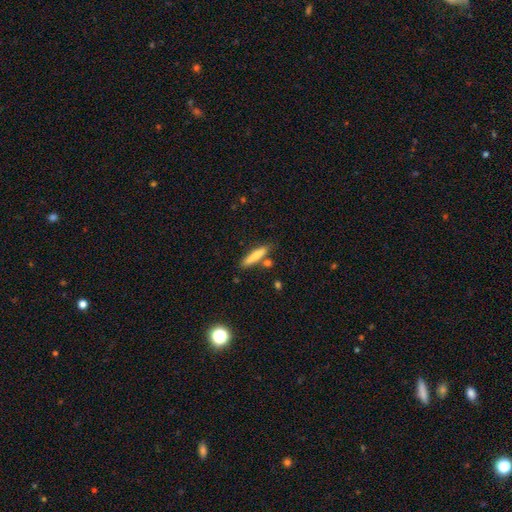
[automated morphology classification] Smooth or featured? smooth (77%)
How rounded? cigar-shaped (85%)
Merging? none (78%)